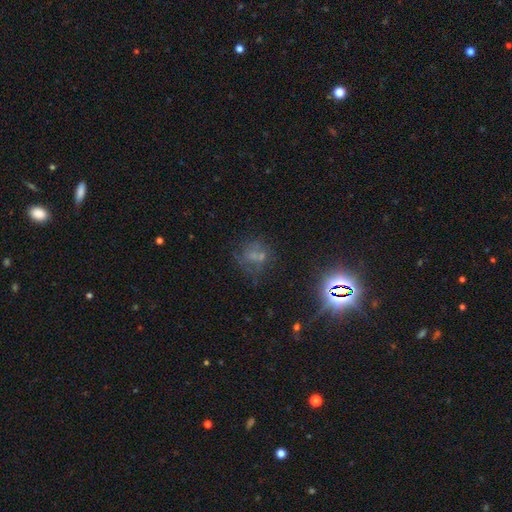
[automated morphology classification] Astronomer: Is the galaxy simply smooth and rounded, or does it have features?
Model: star or artifact — 37% (runner-up: smooth, 34%).